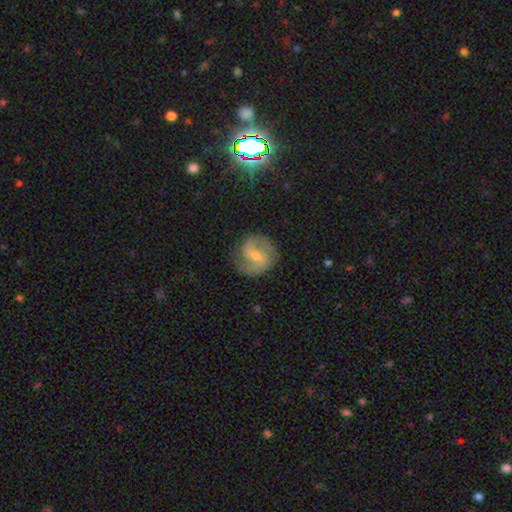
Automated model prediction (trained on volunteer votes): smooth-or-featured: featured or disk: 74% | smooth: 17% | star or artifact: 10%
  disk-edge-on: no: 97% | yes: 3%
    bar: weak: 47% | strong: 31% | no: 22%
    has-spiral-arms: yes: 91% | no: 9%
      spiral-winding: medium: 47% | loose: 32% | tight: 21%
      spiral-arm-count: 2: 84% | can't tell: 8% | 1: 4% | 3: 2% | 4: 1% | more than 4: 1%
    bulge-size: small: 61% | moderate: 33% | none: 4% | large: 1% | dominant: 1%
  merging: none: 76% | minor disturbance: 16% | major disturbance: 7% | merger: 1%